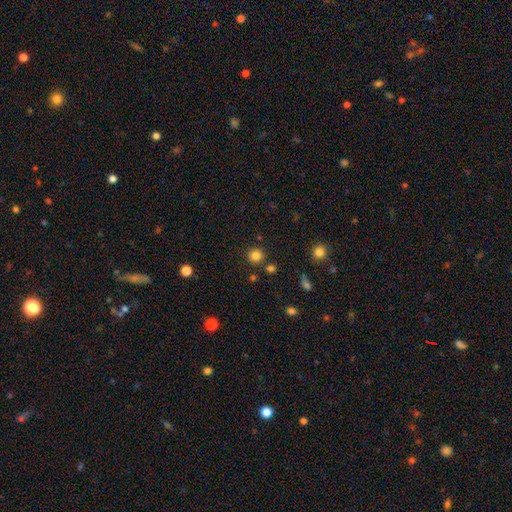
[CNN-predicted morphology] Smooth or featured? smooth (81%)
How rounded? round (94%)
Merging? none (87%)